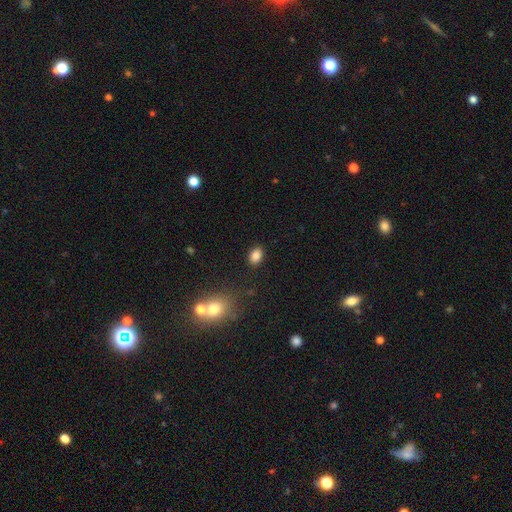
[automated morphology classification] smooth-or-featured: smooth: 85% | star or artifact: 10% | featured or disk: 5%
  how-rounded: in between: 78% | round: 21% | cigar-shaped: 1%
  merging: none: 87% | minor disturbance: 9% | major disturbance: 3% | merger: 2%